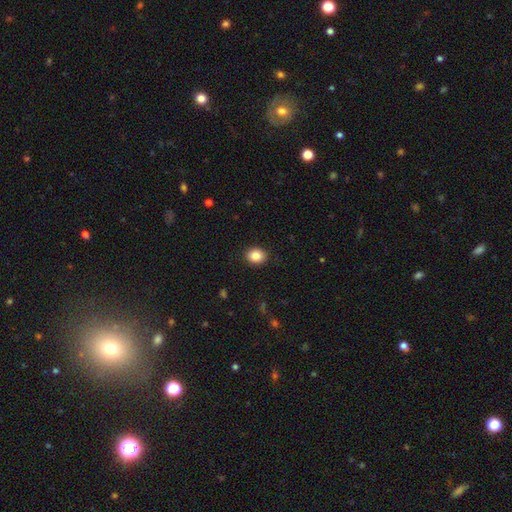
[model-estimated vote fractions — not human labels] Morphology: type=smooth (85%); roundness=round (61%); merging=none (90%).